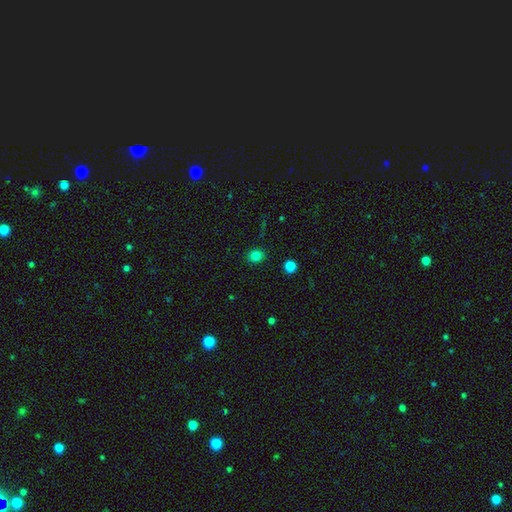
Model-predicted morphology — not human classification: This appears to be a smooth galaxy with no disk features (82%) that is round (68%). Merging: none (89%).